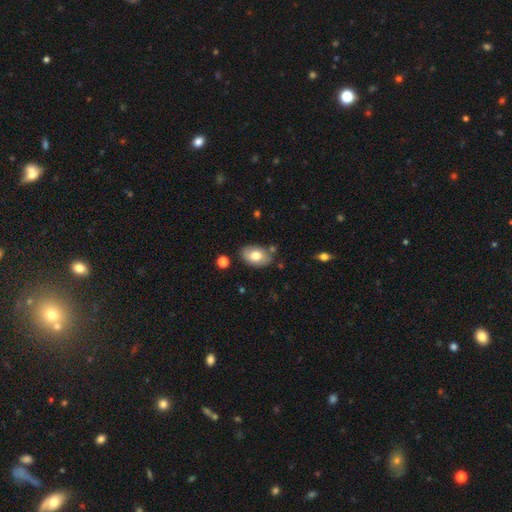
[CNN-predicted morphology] Smooth or featured?
  - smooth: 74% *
  - featured or disk: 19%
  - star or artifact: 7%
How rounded?
  - in between: 86% *
  - round: 13%
  - cigar-shaped: 1%
Merging?
  - none: 77% *
  - minor disturbance: 15%
  - merger: 4%
  - major disturbance: 3%